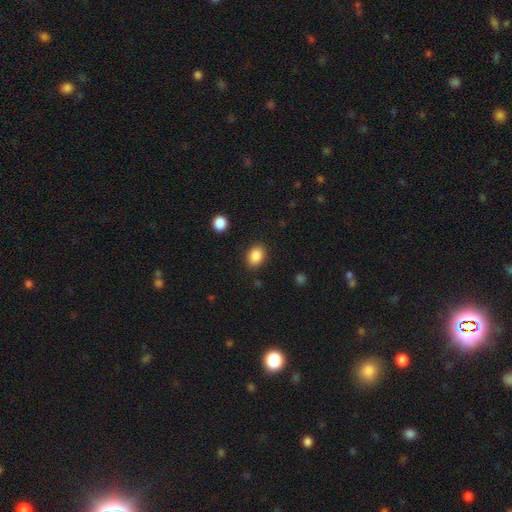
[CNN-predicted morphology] smooth-or-featured: smooth: 88% | star or artifact: 8% | featured or disk: 4%
  how-rounded: in between: 68% | round: 31% | cigar-shaped: 1%
  merging: none: 86% | minor disturbance: 9% | major disturbance: 3% | merger: 2%